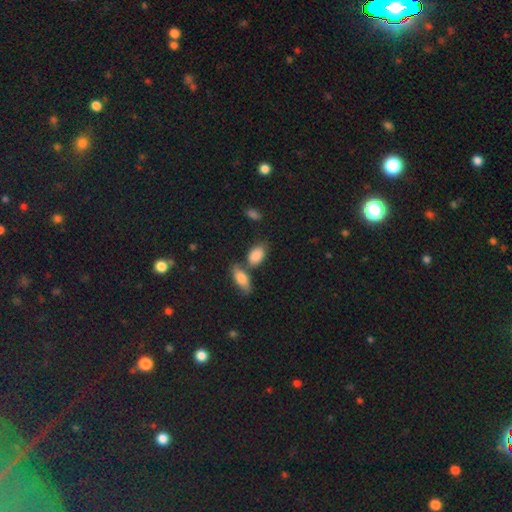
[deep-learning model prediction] Q: Smooth or featured?
A: smooth (86%); runner-up: star or artifact (7%)
Q: How rounded?
A: in between (91%); runner-up: round (7%)
Q: Merging?
A: none (54%); runner-up: merger (24%)